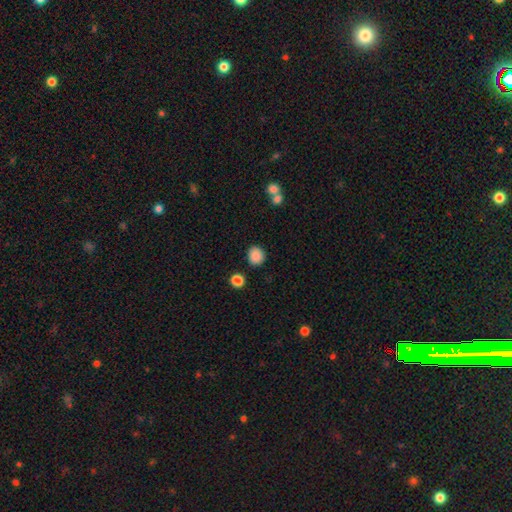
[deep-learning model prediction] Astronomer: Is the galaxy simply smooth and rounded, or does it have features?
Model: smooth — 87%.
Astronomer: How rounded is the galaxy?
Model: round — 75%.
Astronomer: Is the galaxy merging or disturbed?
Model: none — 85%.